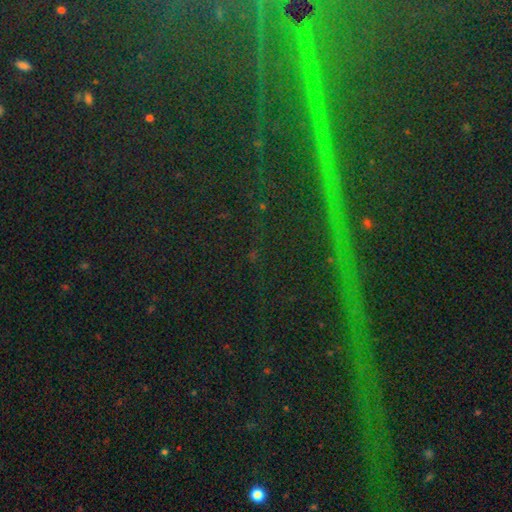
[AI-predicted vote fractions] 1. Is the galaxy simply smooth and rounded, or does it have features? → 85% star or artifact, 8% featured or disk, 7% smooth.